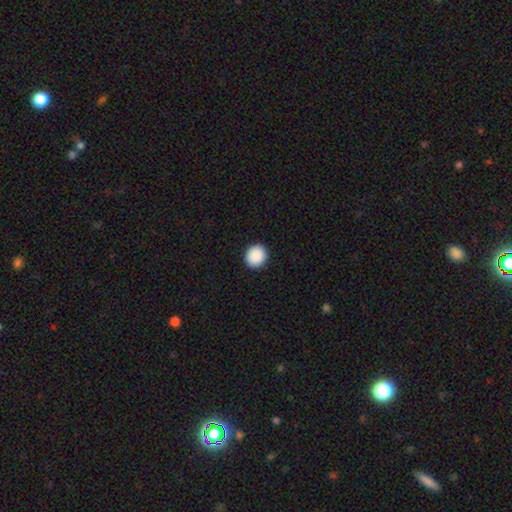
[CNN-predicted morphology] Overall: smooth (90%). How rounded: round (81%). Merging: none (92%).